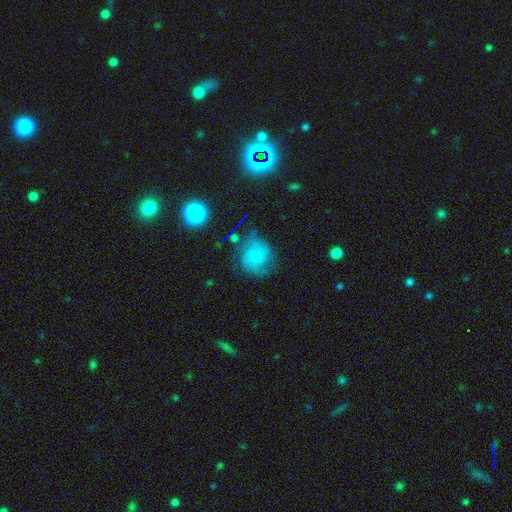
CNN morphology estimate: type=smooth (46%); merging=none (58%).